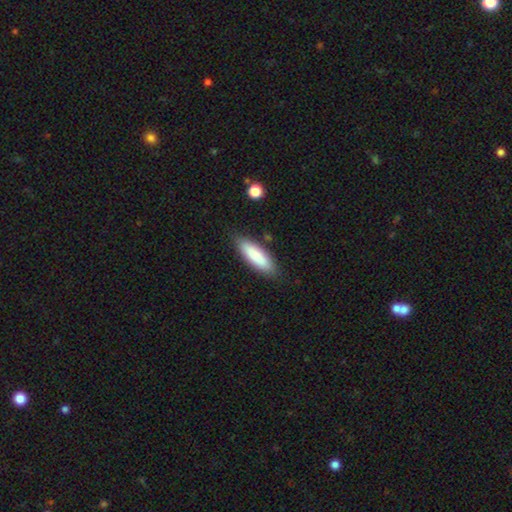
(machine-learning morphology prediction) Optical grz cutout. It shows a smooth galaxy with no disk features (83%) that is cigar-shaped (50%). Merging: none (84%).